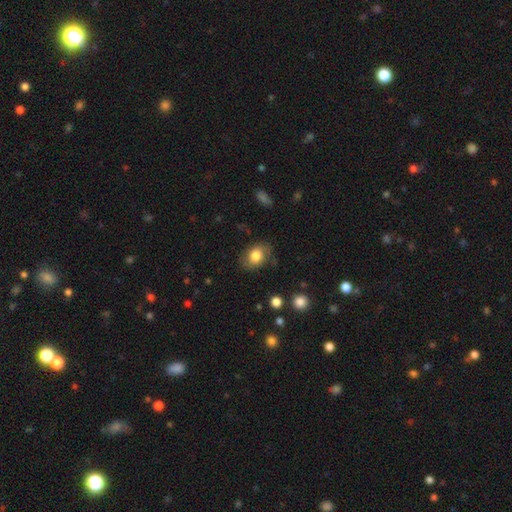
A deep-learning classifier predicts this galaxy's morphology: Smooth or featured? Predicted: smooth (p=0.79). How rounded? Predicted: in between (p=0.69). Merging? Predicted: none (p=0.75).